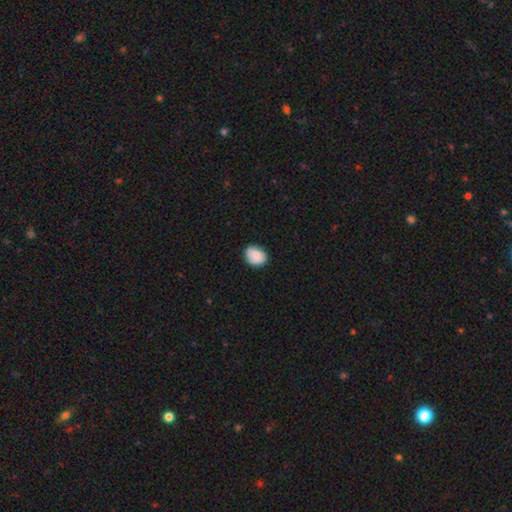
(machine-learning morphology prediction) smooth_or_featured: smooth (p=0.80) [alt: featured or disk p=0.12]
how_rounded: in between (p=0.52) [alt: round p=0.47]
merging: none (p=0.78) [alt: minor disturbance p=0.18]